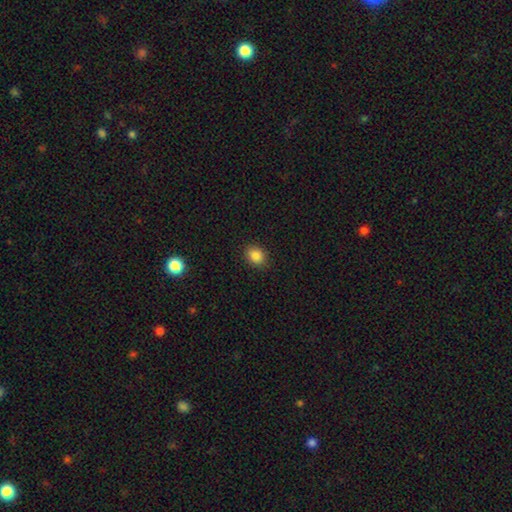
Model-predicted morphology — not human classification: type=smooth (85%); roundness=round (52%); merging=none (89%).